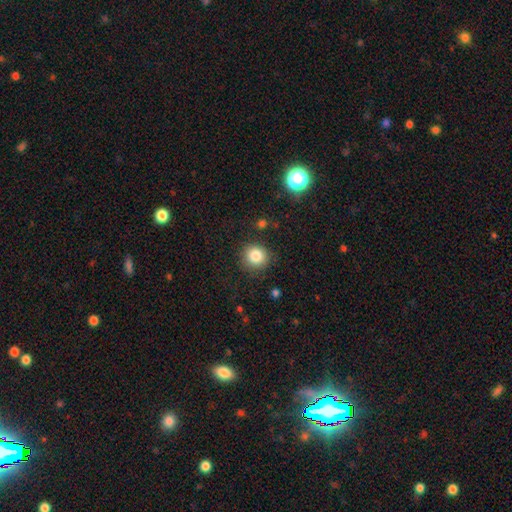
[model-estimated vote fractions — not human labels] This is clearly a smooth galaxy (84%). How rounded: clearly round (89%). Merging: clearly none (86%).